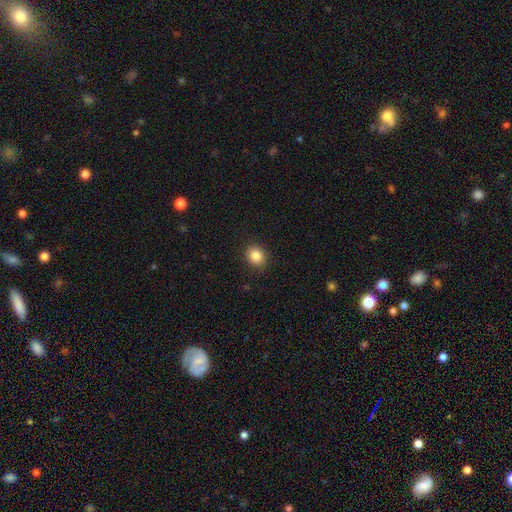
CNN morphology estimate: A smooth galaxy with no disk features (85%) that is round (66%).

Vote fractions:
- Smooth or featured? smooth: 85% / star or artifact: 10% / featured or disk: 5%
- How rounded? round: 66% / in between: 33% / cigar-shaped: 1%
- Merging? none: 90% / minor disturbance: 7% / major disturbance: 2% / merger: 1%